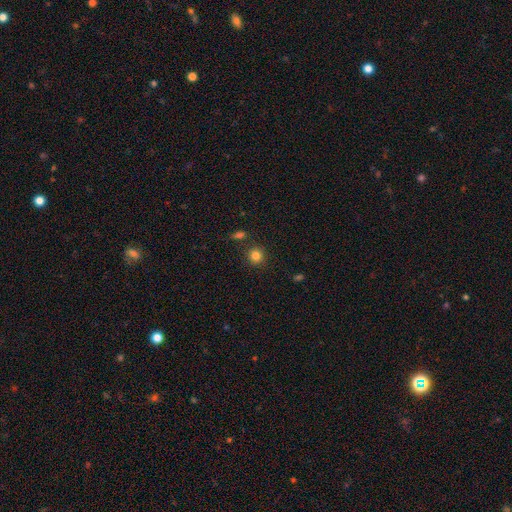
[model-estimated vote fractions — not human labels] smooth-or-featured: smooth: 83% | star or artifact: 12% | featured or disk: 5%
  how-rounded: round: 91% | in between: 8% | cigar-shaped: 1%
  merging: none: 85% | minor disturbance: 7% | merger: 5% | major disturbance: 3%